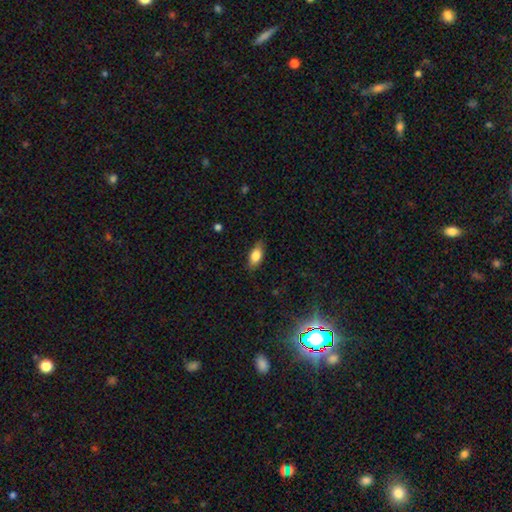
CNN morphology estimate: smooth 81%, featured or disk 11%, star or artifact 7%. Down the decision tree: how rounded — in between (86%); merging — none (83%).